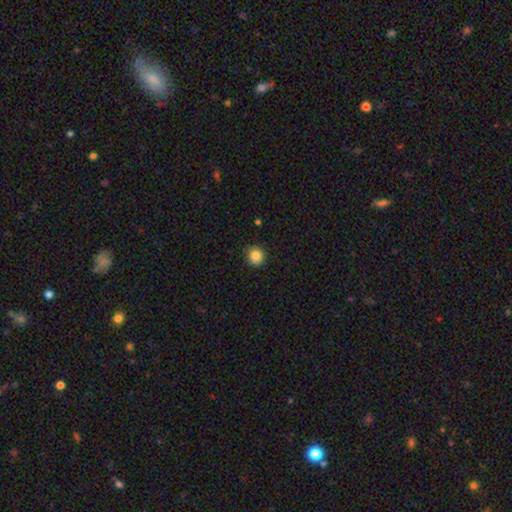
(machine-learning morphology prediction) This appears to be a smooth galaxy with no disk features (85%) that is round (91%). Merging: none (88%).